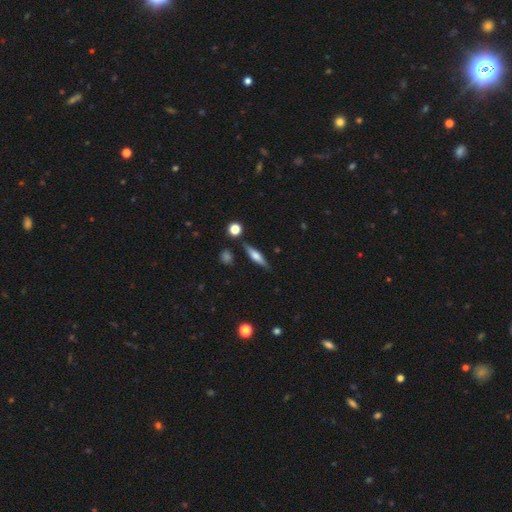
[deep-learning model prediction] Smooth or featured?
  - featured or disk: 47% *
  - smooth: 45%
  - star or artifact: 7%
Merging?
  - none: 83% *
  - minor disturbance: 10%
  - merger: 4%
  - major disturbance: 3%